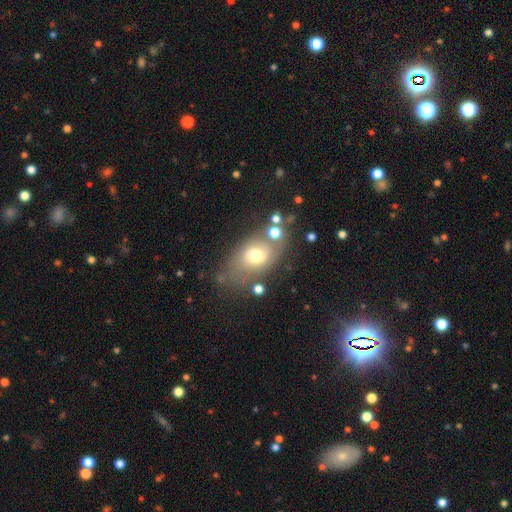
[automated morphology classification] Overall: smooth (59%; featured or disk 30%). How rounded: in between (76%). Merging: none (52%; minor disturbance 22%).